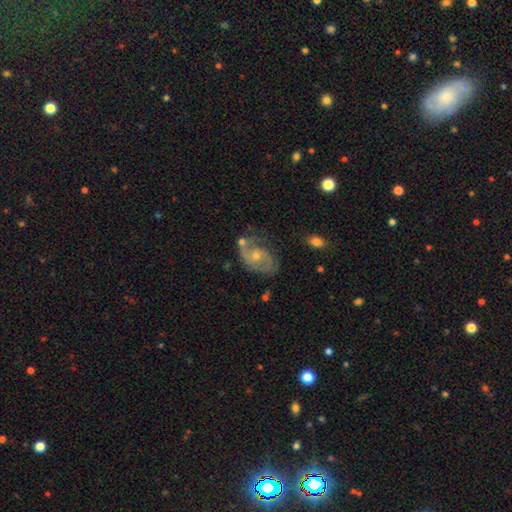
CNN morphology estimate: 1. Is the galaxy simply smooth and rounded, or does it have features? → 80% featured or disk, 12% smooth, 8% star or artifact.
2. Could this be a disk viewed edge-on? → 97% no, 3% yes.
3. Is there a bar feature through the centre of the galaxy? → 65% no, 30% weak, 5% strong.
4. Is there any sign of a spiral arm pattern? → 91% yes, 9% no.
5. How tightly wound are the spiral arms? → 48% medium, 29% tight, 23% loose.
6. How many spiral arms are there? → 72% 2, 12% can't tell, 9% 1, 4% 3, 2% 4, 2% more than 4.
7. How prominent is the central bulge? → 56% small, 39% moderate, 2% none, 1% large, 1% dominant.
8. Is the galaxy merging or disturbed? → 60% none, 22% minor disturbance, 12% major disturbance, 6% merger.